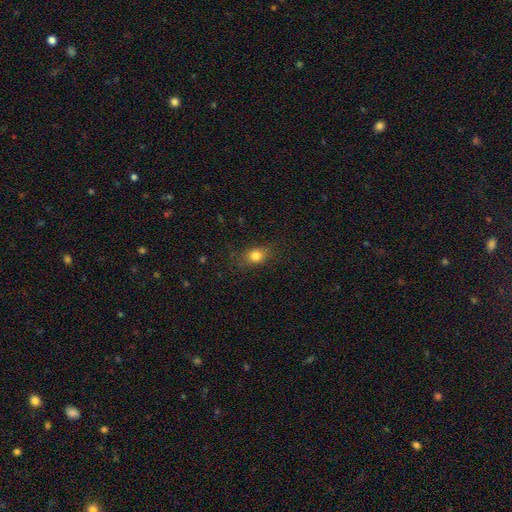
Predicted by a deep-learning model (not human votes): Overall: smooth (80%). How rounded: in between (51%; round 46%). Merging: none (80%).